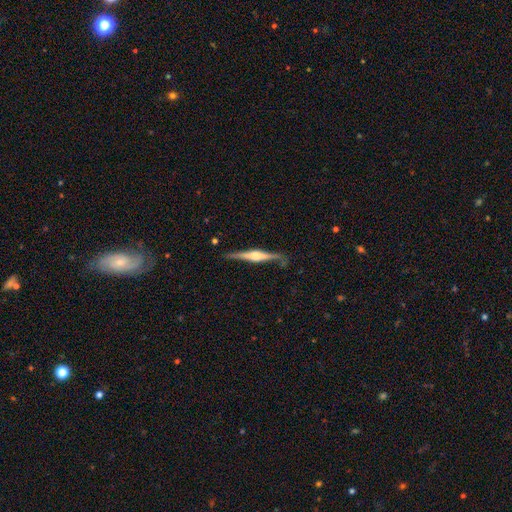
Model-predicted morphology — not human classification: A featured or disk galaxy (78%) viewed edge-on (97%) with a rounded central bulge (78%). Merging: none (81%).